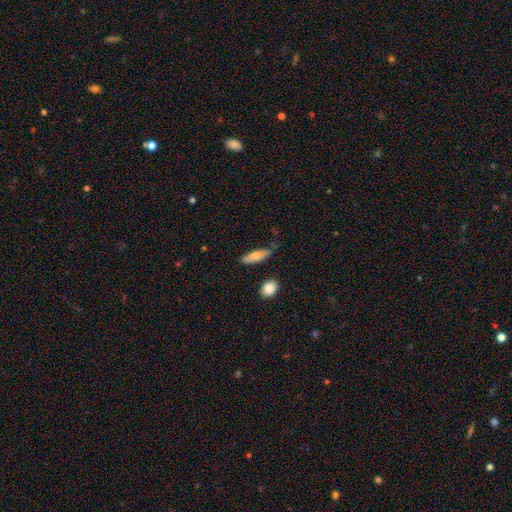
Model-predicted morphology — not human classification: Smooth or featured? Predicted: smooth (p=0.72). How rounded? Predicted: in between (p=0.49). Merging? Predicted: none (p=0.70).